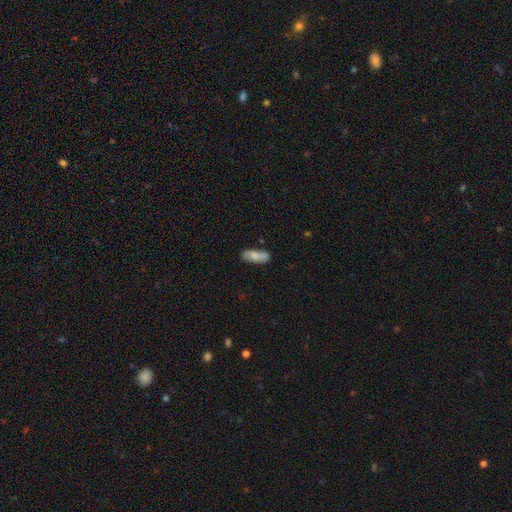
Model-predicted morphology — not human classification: Smooth or featured?
  - smooth: 76% *
  - featured or disk: 17%
  - star or artifact: 6%
How rounded?
  - in between: 74% *
  - cigar-shaped: 24%
  - round: 2%
Merging?
  - none: 78% *
  - minor disturbance: 16%
  - merger: 3%
  - major disturbance: 3%